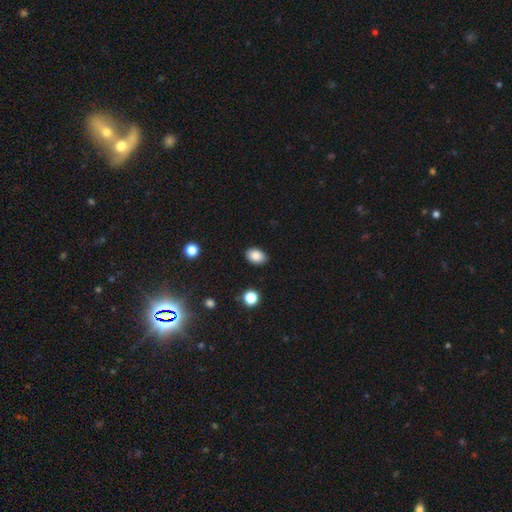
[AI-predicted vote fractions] Q: Smooth or featured?
A: smooth (87%); runner-up: star or artifact (9%)
Q: How rounded?
A: in between (83%); runner-up: round (16%)
Q: Merging?
A: none (87%); runner-up: minor disturbance (10%)